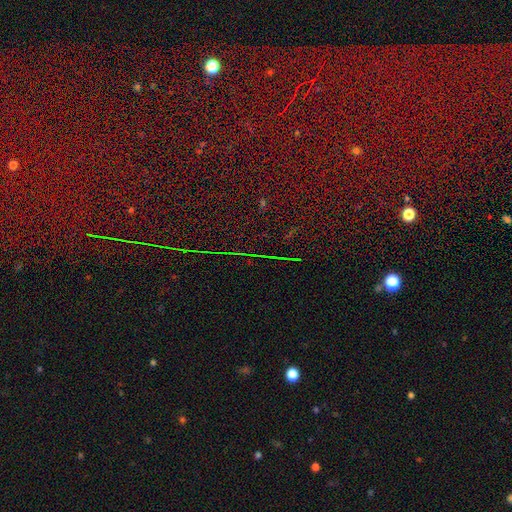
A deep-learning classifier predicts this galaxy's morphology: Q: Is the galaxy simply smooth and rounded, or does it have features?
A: star or artifact — 83%.